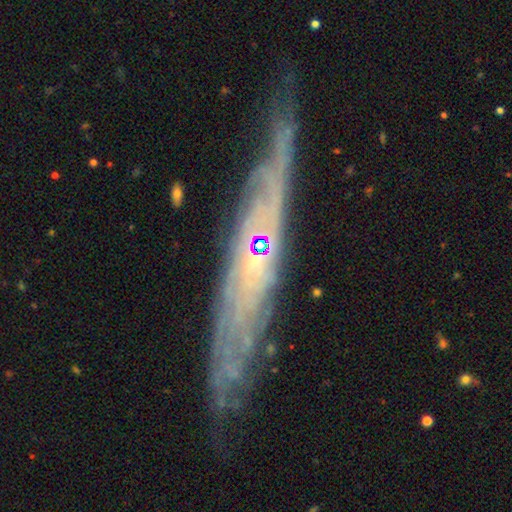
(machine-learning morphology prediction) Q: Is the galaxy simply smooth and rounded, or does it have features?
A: featured or disk — 80%.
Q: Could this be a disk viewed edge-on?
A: yes — 55%.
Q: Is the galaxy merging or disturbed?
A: none — 76%.